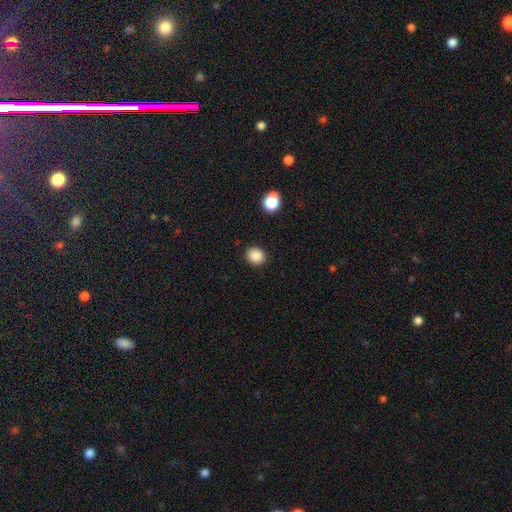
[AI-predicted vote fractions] Smooth or featured?
  - smooth: 87% *
  - star or artifact: 10%
  - featured or disk: 3%
How rounded?
  - round: 77% *
  - in between: 22%
  - cigar-shaped: 1%
Merging?
  - none: 90% *
  - minor disturbance: 6%
  - major disturbance: 2%
  - merger: 1%